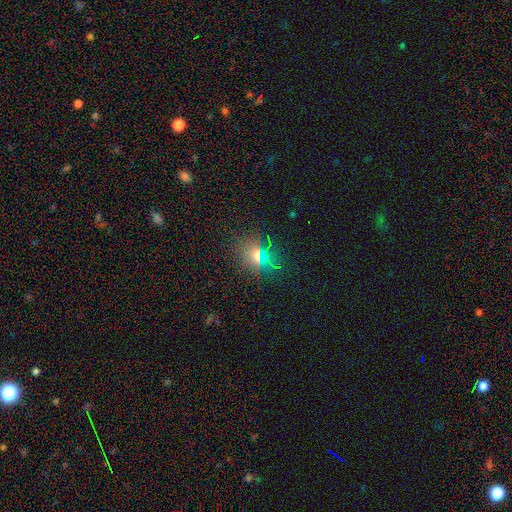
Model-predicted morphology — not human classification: This is possibly a smooth galaxy (56%). How rounded: likely round (72%). Merging: clearly none (85%).